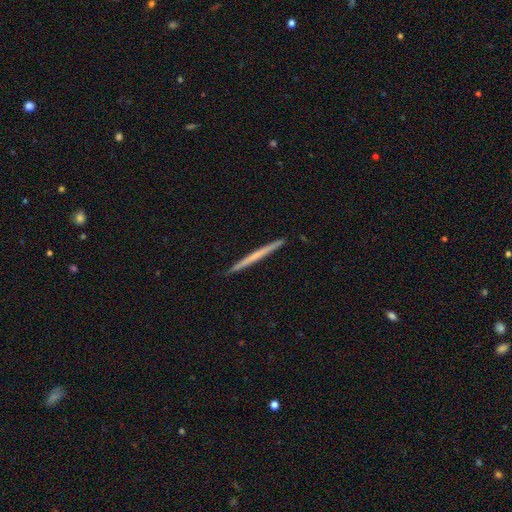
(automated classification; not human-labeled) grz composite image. It shows a featured or disk galaxy (50%) viewed edge-on (98%). Merging: none (93%).